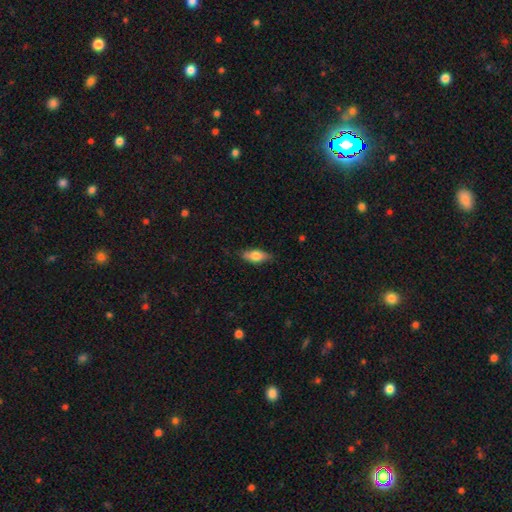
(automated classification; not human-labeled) Smooth or featured? Predicted: smooth (p=0.73). How rounded? Predicted: in between (p=0.79). Merging? Predicted: none (p=0.81).